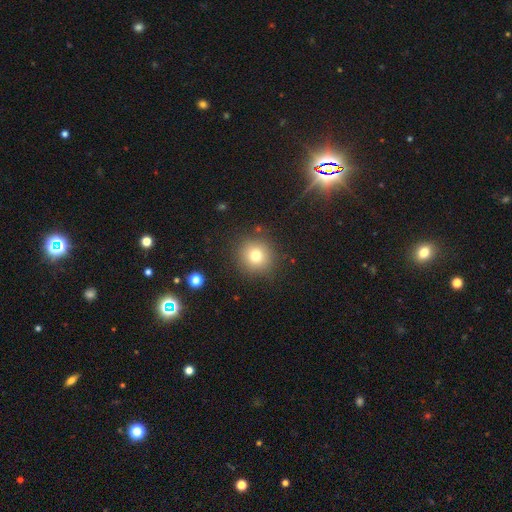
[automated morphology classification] Smooth or featured? Predicted: smooth (p=0.76). How rounded? Predicted: round (p=0.92). Merging? Predicted: none (p=0.88).